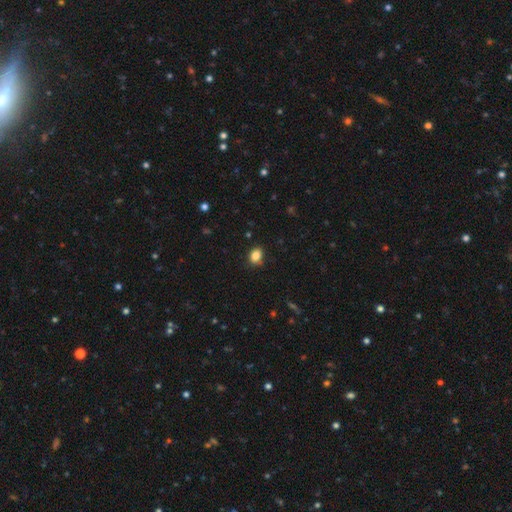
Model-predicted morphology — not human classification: Q: Smooth or featured?
A: smooth (86%); runner-up: star or artifact (10%)
Q: How rounded?
A: in between (65%); runner-up: round (34%)
Q: Merging?
A: none (82%); runner-up: minor disturbance (14%)